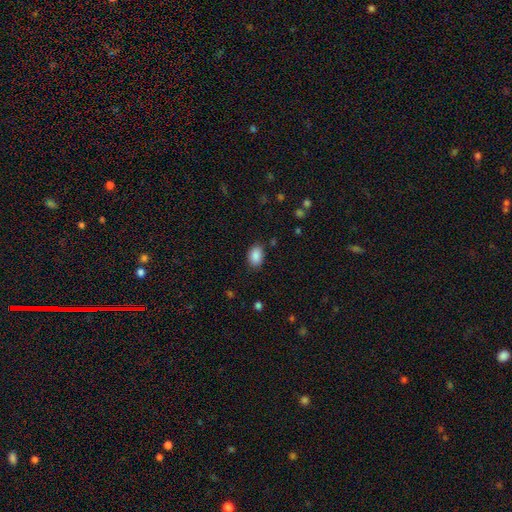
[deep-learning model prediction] Smooth or featured?
  - smooth: 89% *
  - star or artifact: 8%
  - featured or disk: 3%
How rounded?
  - in between: 86% *
  - round: 12%
  - cigar-shaped: 1%
Merging?
  - none: 85% *
  - minor disturbance: 11%
  - major disturbance: 3%
  - merger: 1%